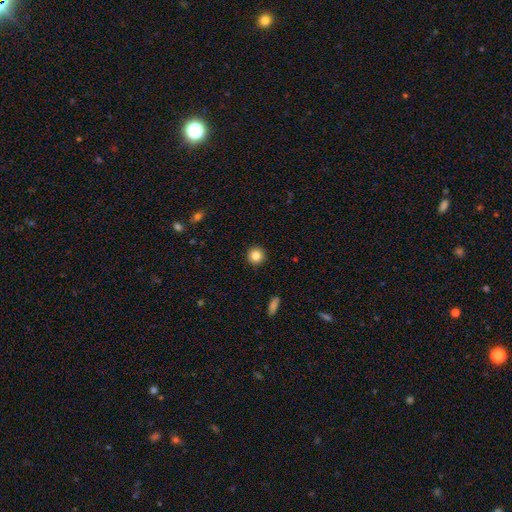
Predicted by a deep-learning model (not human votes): This appears to be a smooth galaxy with no disk features (85%) that is round (94%). Merging: none (93%).